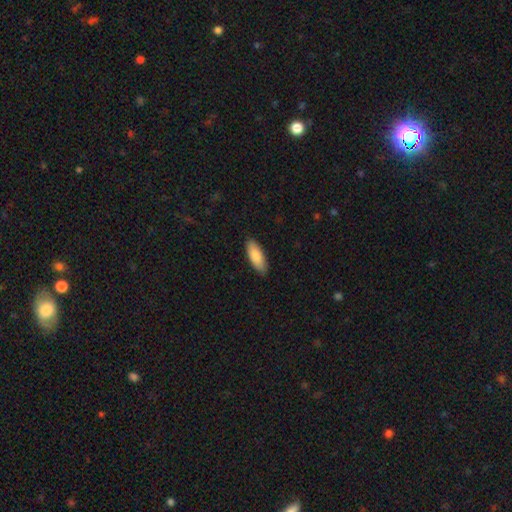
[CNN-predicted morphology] Overall: smooth (86%). How rounded: in between (74%). Merging: none (87%).